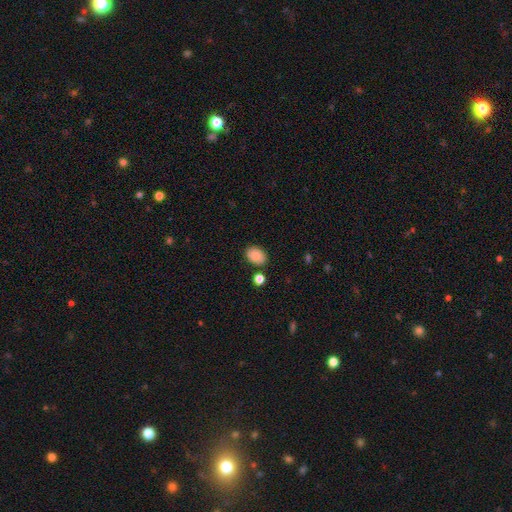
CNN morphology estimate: The model was most divided on "how rounded": in between: 79%, round: 20%, cigar-shaped: 1%. More confident: smooth or featured — smooth (87%); merging — none (81%).